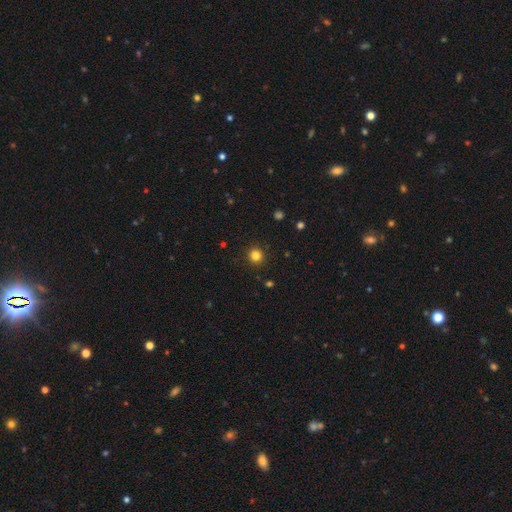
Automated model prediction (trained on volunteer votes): This appears to be a smooth galaxy with no disk features (83%) that is round (93%). Merging: none (92%).